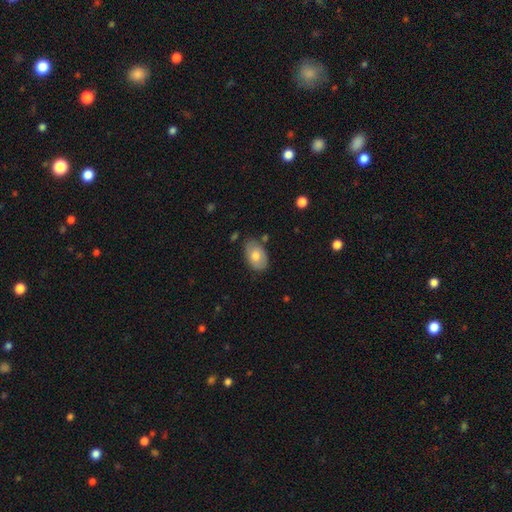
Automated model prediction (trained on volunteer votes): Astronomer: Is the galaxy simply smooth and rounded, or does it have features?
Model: smooth — 69%.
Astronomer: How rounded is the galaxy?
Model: in between — 88%.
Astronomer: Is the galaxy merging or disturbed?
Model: none — 73%.